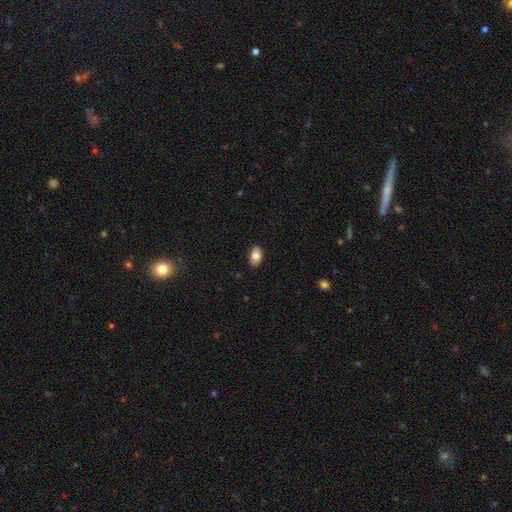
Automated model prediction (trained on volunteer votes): The model was most divided on "smooth or featured": smooth: 79%, featured or disk: 13%, star or artifact: 7%. More confident: how rounded — in between (91%); merging — none (85%).